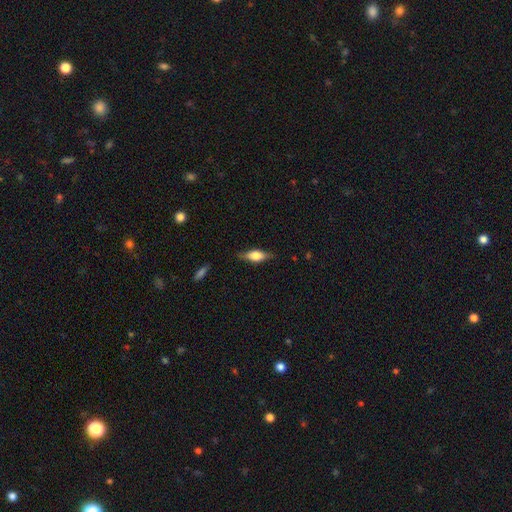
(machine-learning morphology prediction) Smooth or featured? featured or disk (52%)
Edge-on disk? yes (94%)
Merging? none (81%)